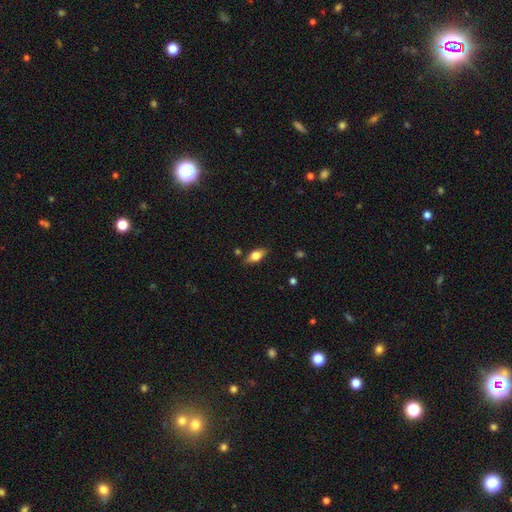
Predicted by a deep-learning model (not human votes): A smooth galaxy with no disk features (67%) that is in between round and cigar-shaped (83%). Merging: none (83%).